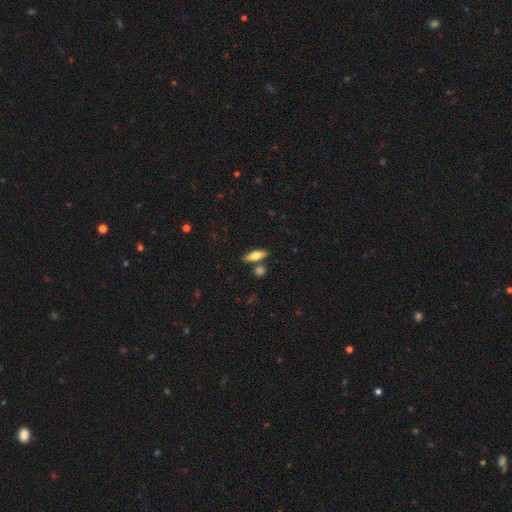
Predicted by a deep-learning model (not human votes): This is likely a smooth galaxy (63%). How rounded: possibly in between (58%). Merging: likely none (77%).